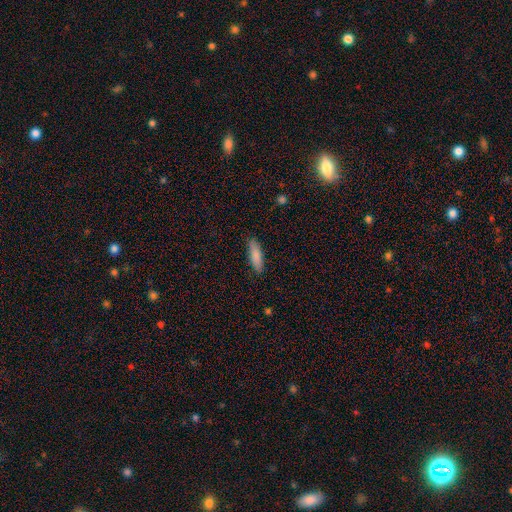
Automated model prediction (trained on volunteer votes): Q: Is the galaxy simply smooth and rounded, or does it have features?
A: smooth — 86%.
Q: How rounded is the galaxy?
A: cigar-shaped — 57%.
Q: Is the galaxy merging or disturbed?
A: none — 86%.